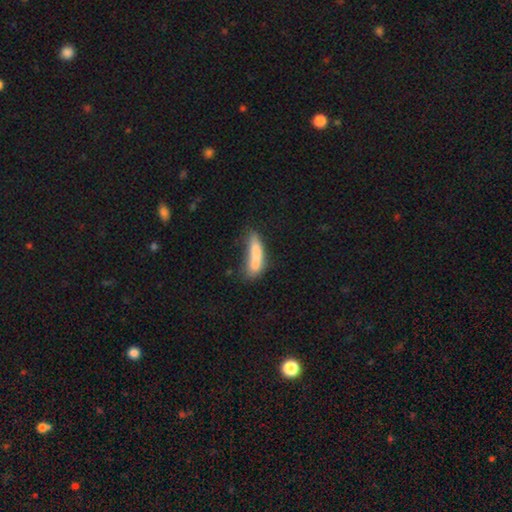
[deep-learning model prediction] Q: Smooth or featured?
A: smooth (76%); runner-up: featured or disk (16%)
Q: How rounded?
A: cigar-shaped (72%); runner-up: in between (26%)
Q: Merging?
A: none (44%); runner-up: minor disturbance (29%)